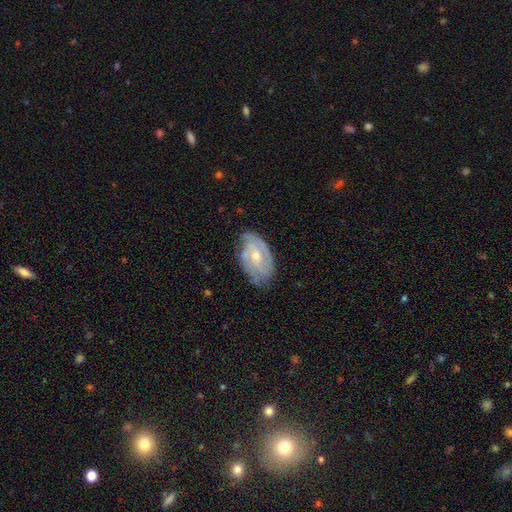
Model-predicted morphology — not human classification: smooth_or_featured: featured or disk (p=0.76) [alt: smooth p=0.19]
disk_edge_on: no (p=0.95) [alt: yes p=0.05]
bar: no (p=0.55) [alt: weak p=0.37]
has_spiral_arms: yes (p=0.85) [alt: no p=0.15]
spiral_winding: tight (p=0.56) [alt: medium p=0.33]
spiral_arm_count: 2 (p=0.37) [alt: can't tell p=0.34]
bulge_size: moderate (p=0.49) [alt: small p=0.47]
merging: none (p=0.65) [alt: minor disturbance p=0.27]